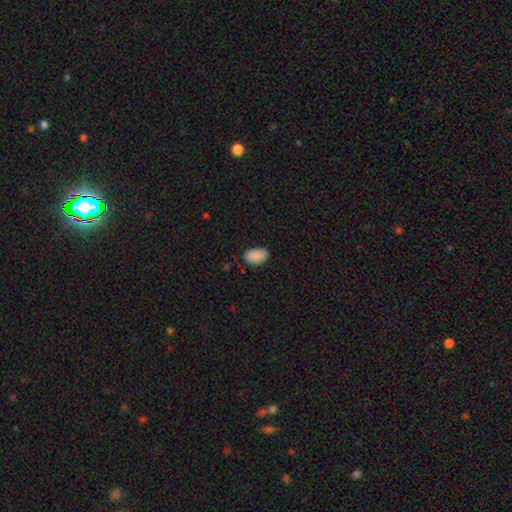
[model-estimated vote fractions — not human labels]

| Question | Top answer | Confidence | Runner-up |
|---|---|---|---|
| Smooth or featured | smooth | 89% | star or artifact (7%) |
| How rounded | in between | 91% | round (7%) |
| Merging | none | 81% | minor disturbance (16%) |